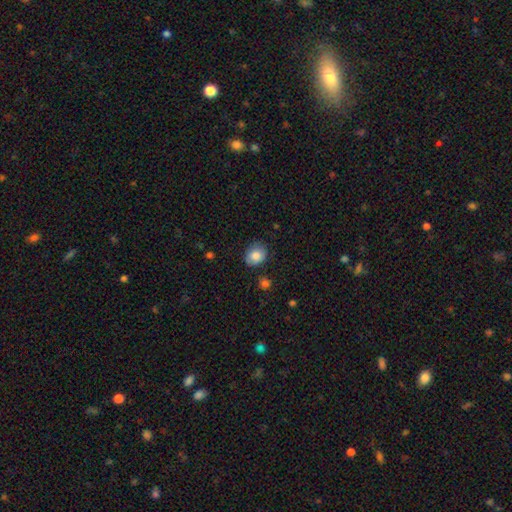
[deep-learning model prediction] This is clearly a smooth galaxy (84%). How rounded: possibly round (58%). Merging: likely none (76%).